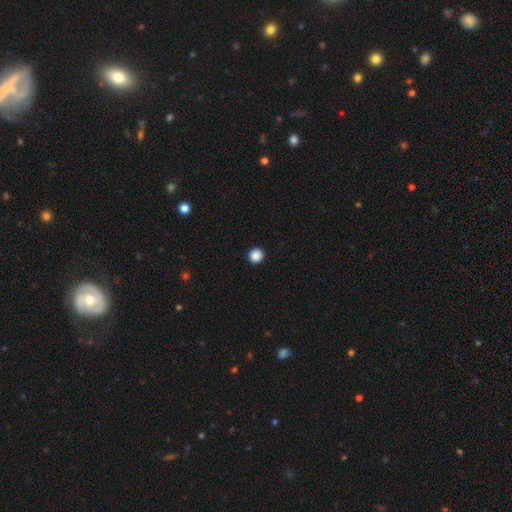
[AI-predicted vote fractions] Q: Smooth or featured?
A: smooth (88%); runner-up: star or artifact (10%)
Q: How rounded?
A: round (94%); runner-up: in between (5%)
Q: Merging?
A: none (93%); runner-up: minor disturbance (4%)